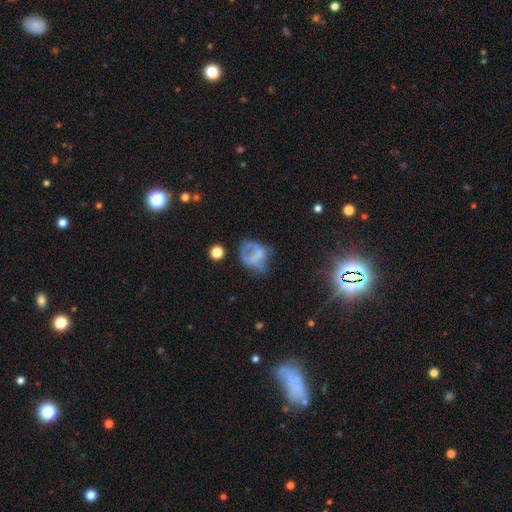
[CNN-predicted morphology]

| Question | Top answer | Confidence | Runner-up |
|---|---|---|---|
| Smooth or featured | smooth | 46% | featured or disk (39%) |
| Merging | major disturbance | 37% | none (31%) |